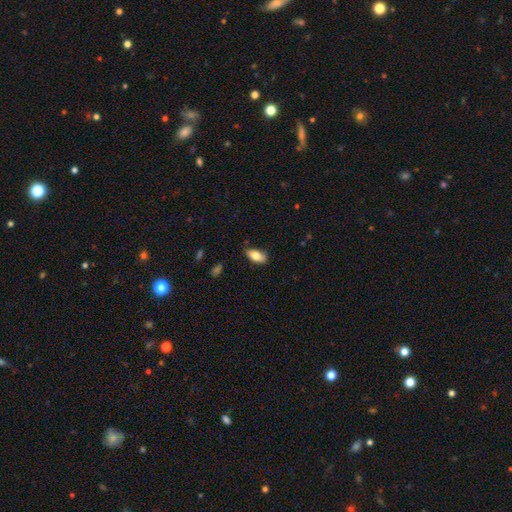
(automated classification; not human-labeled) A smooth galaxy with no disk features (79%) that is in between round and cigar-shaped (90%). Merging: none (78%).